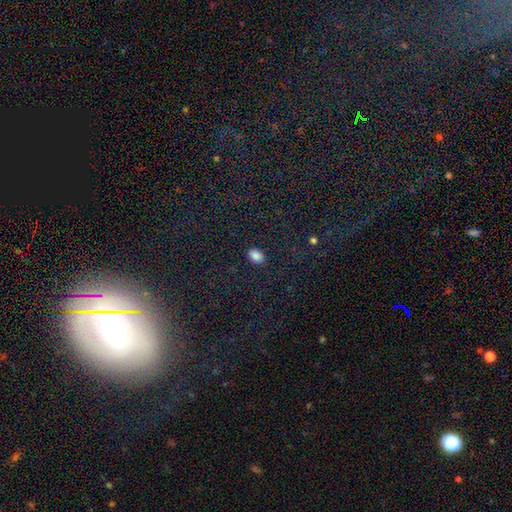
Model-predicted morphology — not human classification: This is clearly a smooth galaxy (86%). How rounded: likely in between (80%). Merging: clearly none (88%).